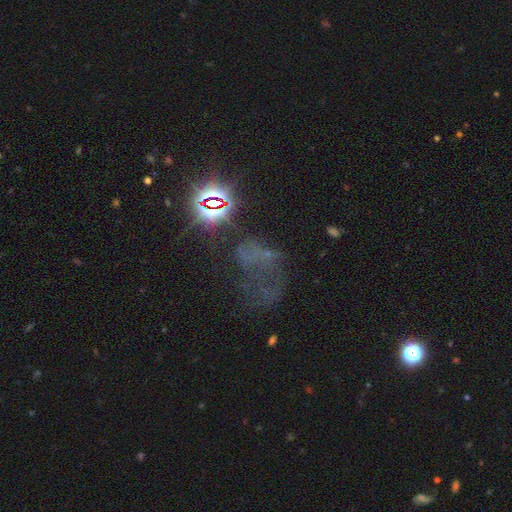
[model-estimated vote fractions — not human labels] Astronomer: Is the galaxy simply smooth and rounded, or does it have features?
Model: star or artifact — 57%.